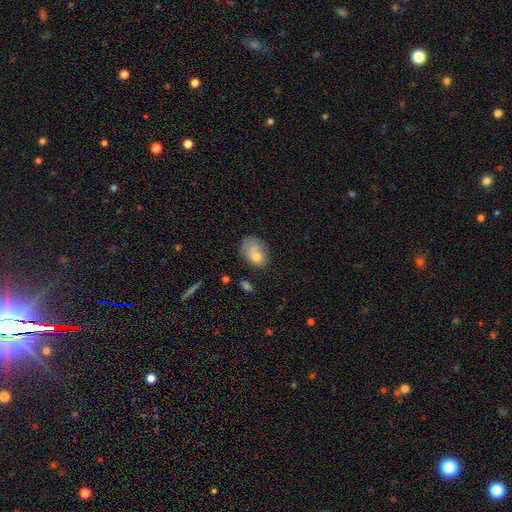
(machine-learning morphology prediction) smooth 73%, featured or disk 17%, star or artifact 9%. Down the decision tree: how rounded — in between (74%); merging — none (49%).